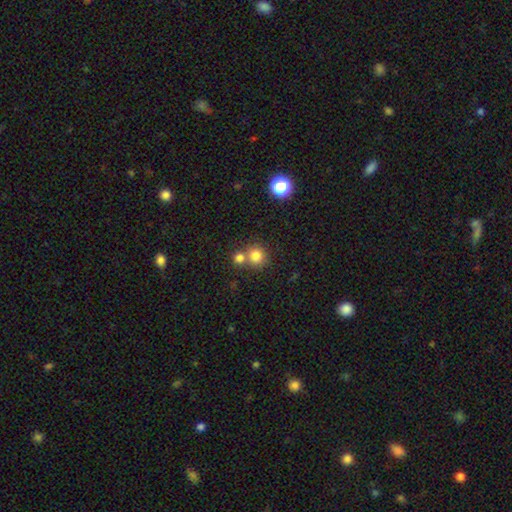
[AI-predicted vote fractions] Morphology: type=smooth (80%); roundness=round (90%); merging=none (58%).